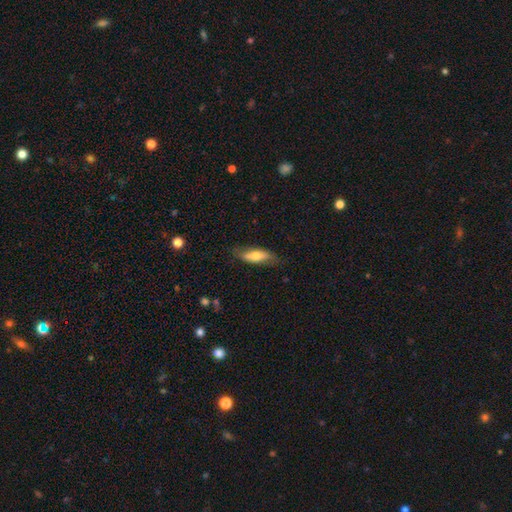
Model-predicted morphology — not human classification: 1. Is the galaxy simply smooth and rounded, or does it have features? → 59% smooth, 35% featured or disk, 6% star or artifact.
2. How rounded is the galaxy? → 63% in between, 34% cigar-shaped, 3% round.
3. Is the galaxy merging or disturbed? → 75% none, 19% minor disturbance, 5% major disturbance, 1% merger.